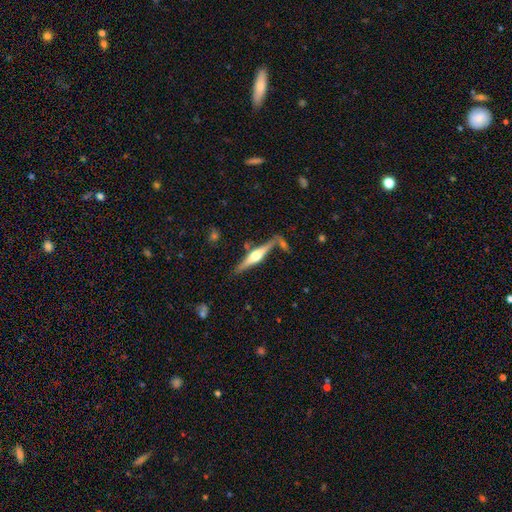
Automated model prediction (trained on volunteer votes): A featured or disk galaxy (75%) viewed edge-on (97%) with a rounded central bulge (92%).

Vote fractions:
- Smooth or featured? featured or disk: 75% / smooth: 20% / star or artifact: 6%
- Edge-on disk? yes: 97% / no: 3%
- Edge-on bulge? rounded: 92% / boxy: 5% / none: 2%
- Merging? none: 76% / minor disturbance: 12% / merger: 9% / major disturbance: 3%